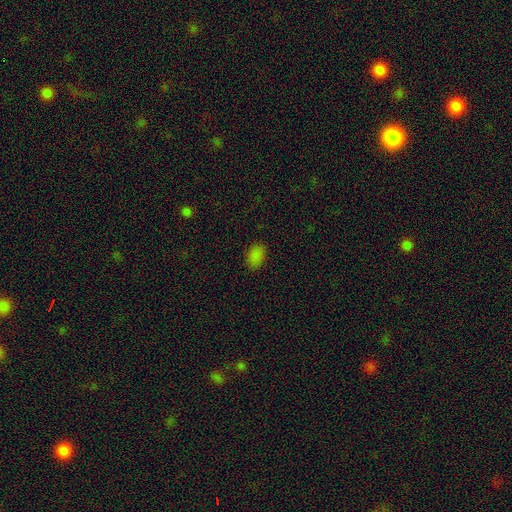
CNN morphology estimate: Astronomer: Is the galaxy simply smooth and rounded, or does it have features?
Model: smooth — 83%.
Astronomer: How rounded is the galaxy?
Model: in between — 86%.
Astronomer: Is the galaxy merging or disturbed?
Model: none — 85%.